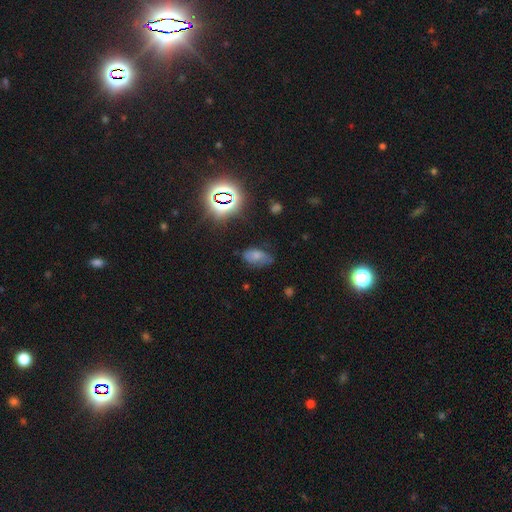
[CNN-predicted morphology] The model was most divided on "merging": none: 56%, minor disturbance: 32%, major disturbance: 11%, merger: 2%. More confident: how rounded — in between (91%); smooth or featured — smooth (62%).